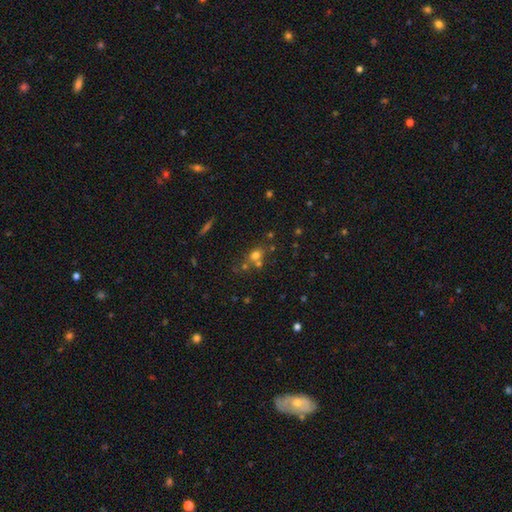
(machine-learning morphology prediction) smooth-or-featured: smooth: 64% | star or artifact: 22% | featured or disk: 14%
  how-rounded: round: 69% | in between: 29% | cigar-shaped: 2%
  merging: none: 50% | merger: 35% | minor disturbance: 10% | major disturbance: 5%